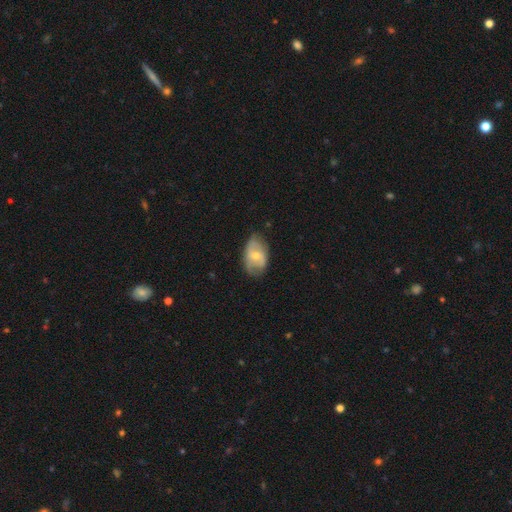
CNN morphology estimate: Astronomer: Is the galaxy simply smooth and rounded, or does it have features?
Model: featured or disk — 48% (runner-up: smooth, 46%).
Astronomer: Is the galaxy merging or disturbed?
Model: none — 65%.